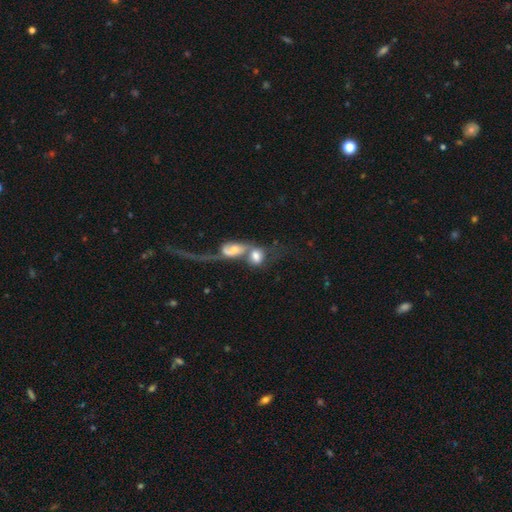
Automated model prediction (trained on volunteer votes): This appears to be a smooth galaxy with no disk features (51%) that is in between round and cigar-shaped (64%). Merging: merger (76%).